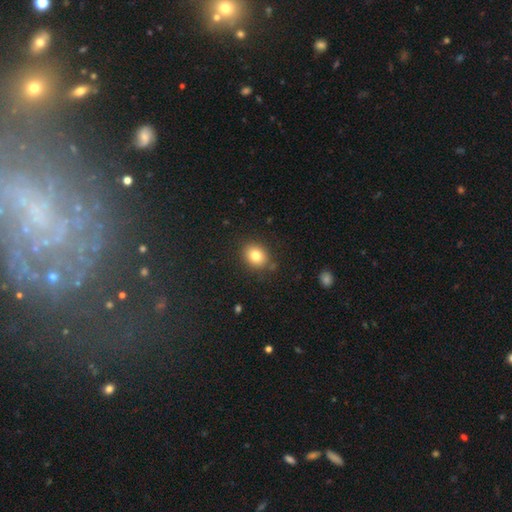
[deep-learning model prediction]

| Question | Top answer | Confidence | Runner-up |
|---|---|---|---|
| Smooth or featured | smooth | 81% | star or artifact (10%) |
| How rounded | round | 54% | in between (45%) |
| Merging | none | 85% | minor disturbance (10%) |